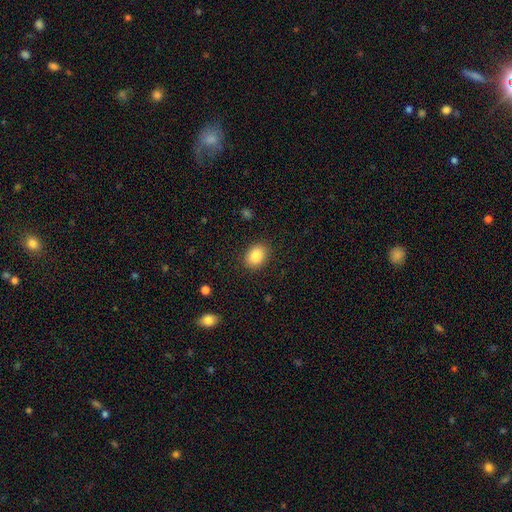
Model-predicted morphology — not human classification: smooth 87%, star or artifact 8%, featured or disk 5%. Down the decision tree: how rounded — in between (69%); merging — none (87%).